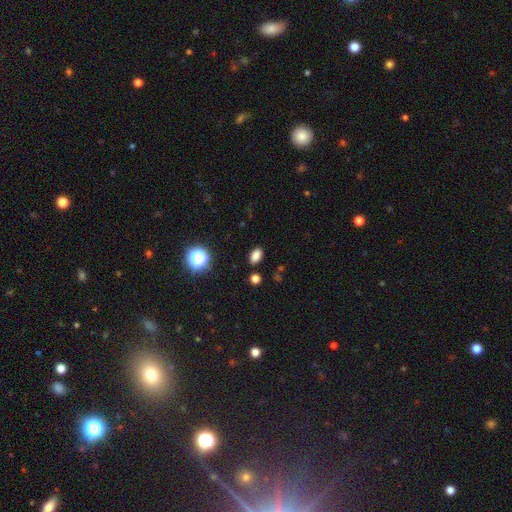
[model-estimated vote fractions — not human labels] smooth-or-featured: smooth: 81% | star or artifact: 14% | featured or disk: 4%
  how-rounded: in between: 86% | round: 12% | cigar-shaped: 2%
  merging: none: 87% | minor disturbance: 9% | major disturbance: 2% | merger: 2%